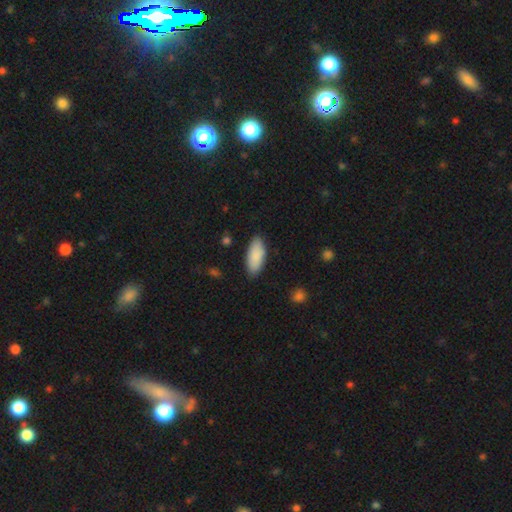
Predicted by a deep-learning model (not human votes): smooth_or_featured: smooth (p=0.88) [alt: featured or disk p=0.06]
how_rounded: in between (p=0.86) [alt: cigar-shaped p=0.12]
merging: none (p=0.85) [alt: minor disturbance p=0.11]